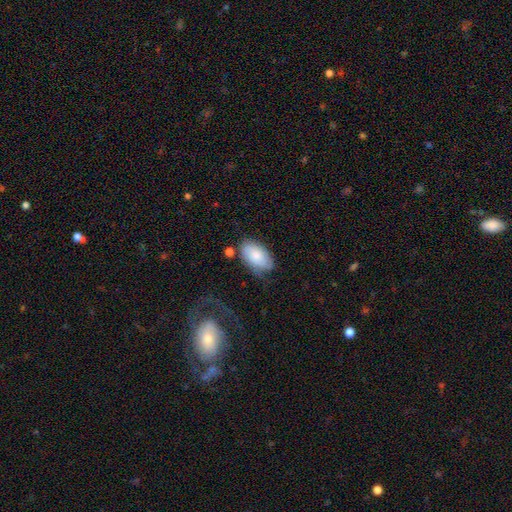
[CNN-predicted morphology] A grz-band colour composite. It shows a smooth galaxy with no disk features (74%) that is in between round and cigar-shaped (94%). Merging: none (59%).